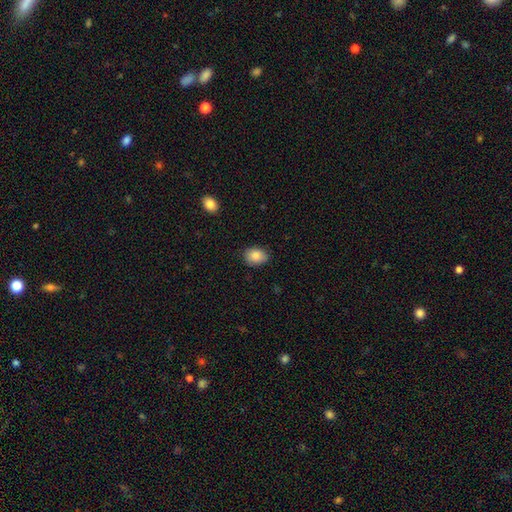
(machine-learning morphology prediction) Q: Smooth or featured?
A: smooth (87%); runner-up: star or artifact (8%)
Q: How rounded?
A: in between (67%); runner-up: round (32%)
Q: Merging?
A: none (85%); runner-up: minor disturbance (12%)